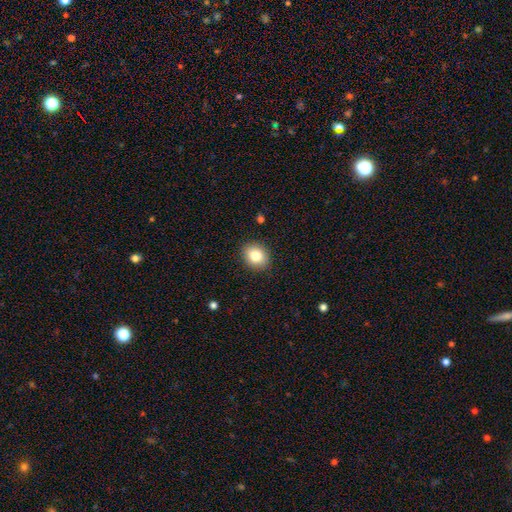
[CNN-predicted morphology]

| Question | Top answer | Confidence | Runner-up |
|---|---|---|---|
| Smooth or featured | smooth | 83% | star or artifact (9%) |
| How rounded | round | 51% | in between (48%) |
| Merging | none | 89% | minor disturbance (8%) |